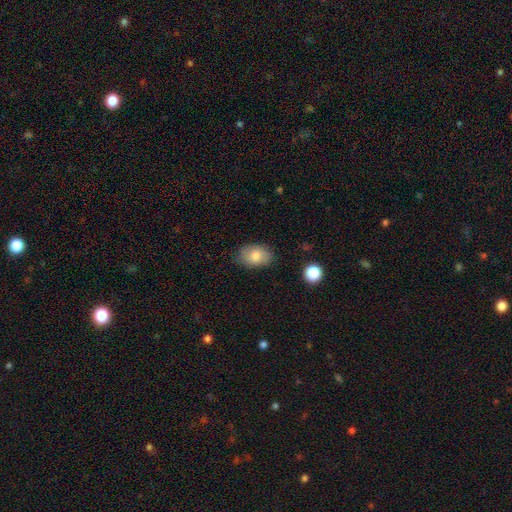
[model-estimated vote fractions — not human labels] A smooth galaxy with no disk features (78%) that is in between round and cigar-shaped (84%). Merging: none (77%).